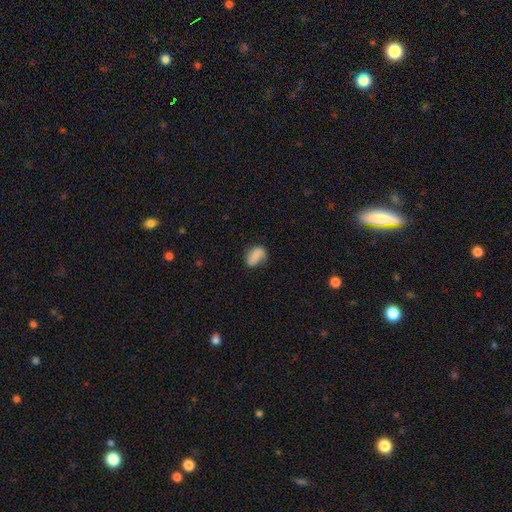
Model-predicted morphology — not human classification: Overall: smooth (76%). How rounded: in between (87%). Merging: none (55%; minor disturbance 30%).